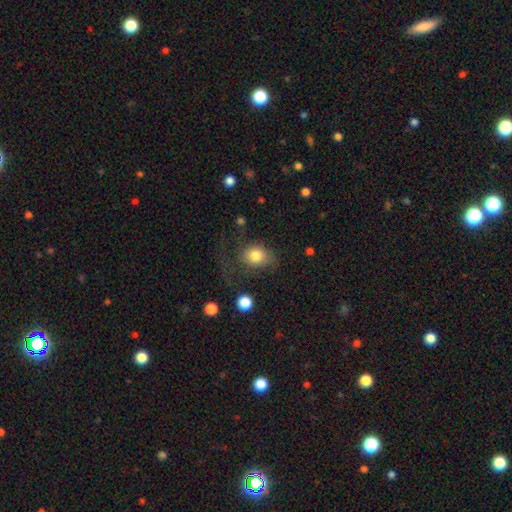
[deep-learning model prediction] Overall: smooth (79%). How rounded: round (54%; in between 44%). Merging: none (47%; major disturbance 27%).